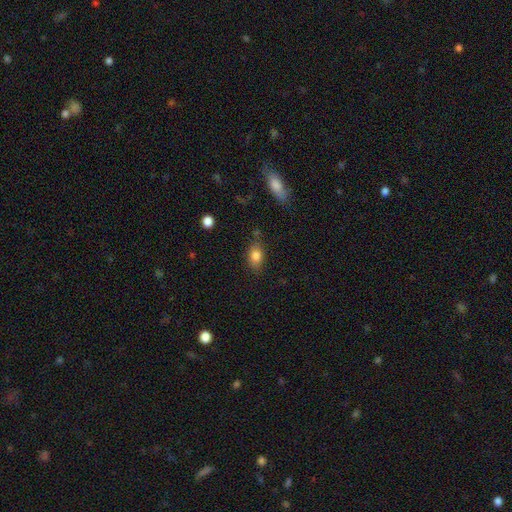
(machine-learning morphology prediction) Smooth or featured?
  - smooth: 82% *
  - star or artifact: 9%
  - featured or disk: 9%
How rounded?
  - in between: 81% *
  - round: 16%
  - cigar-shaped: 3%
Merging?
  - none: 75% *
  - minor disturbance: 17%
  - major disturbance: 4%
  - merger: 4%